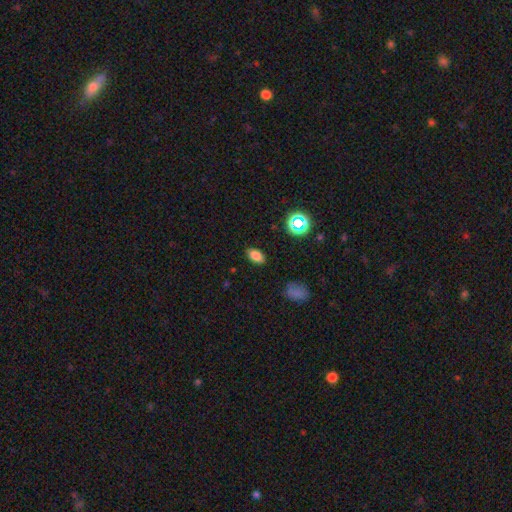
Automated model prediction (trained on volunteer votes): Q: Smooth or featured?
A: smooth (78%); runner-up: star or artifact (14%)
Q: How rounded?
A: in between (88%); runner-up: round (10%)
Q: Merging?
A: none (86%); runner-up: minor disturbance (10%)